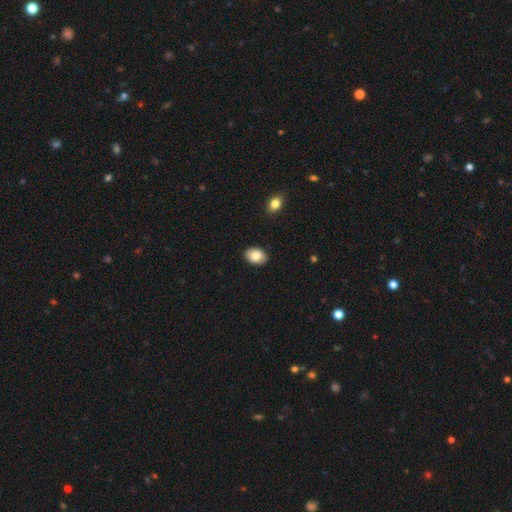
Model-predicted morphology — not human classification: Smooth or featured? Predicted: smooth (p=0.83). How rounded? Predicted: in between (p=0.83). Merging? Predicted: none (p=0.90).